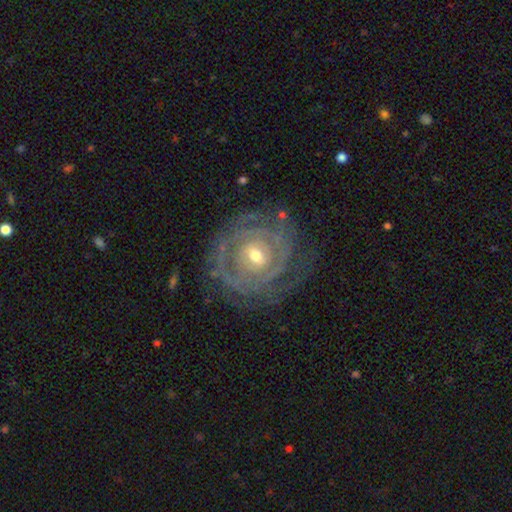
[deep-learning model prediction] Overall: featured or disk (84%). Edge-on disk: no (97%). Bar: no (46%; weak 42%). Spiral arms: yes (86%). Spiral arm count: can't tell (44%; 2 20%). Spiral winding: tight (73%). Bulge size: moderate (55%; small 39%). Merging: none (70%).